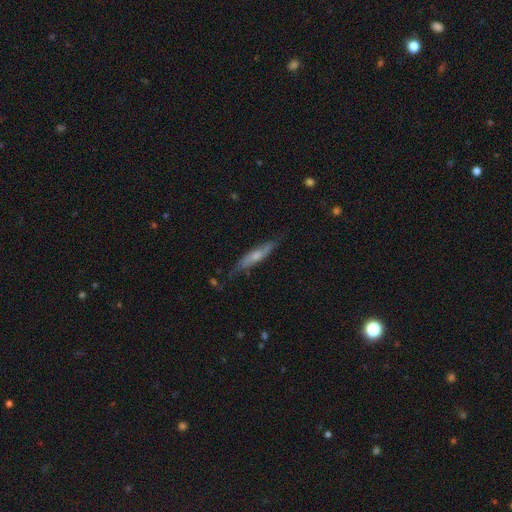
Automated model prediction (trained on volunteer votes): featured or disk 47% (tied), smooth 47% (tied), star or artifact 6%. Down the decision tree: merging — none (68%).